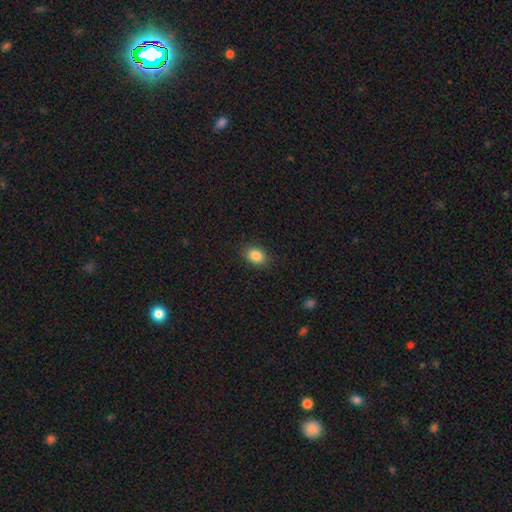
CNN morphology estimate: Smooth or featured: smooth — 86% (star or artifact — 9%)
How rounded: in between — 68% (round — 31%)
Merging: none — 88% (minor disturbance — 9%)